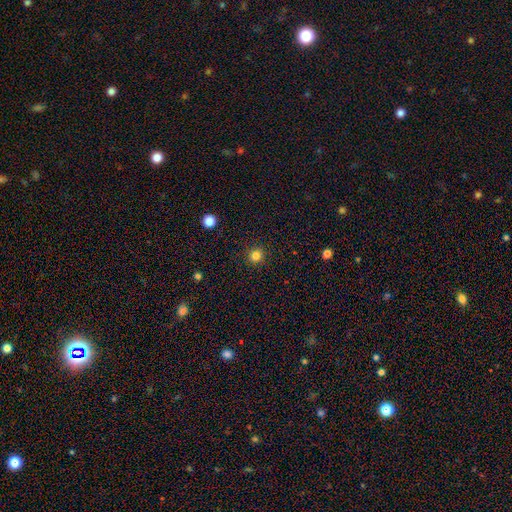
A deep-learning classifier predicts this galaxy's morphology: Overall: smooth (82%). How rounded: round (94%). Merging: none (92%).